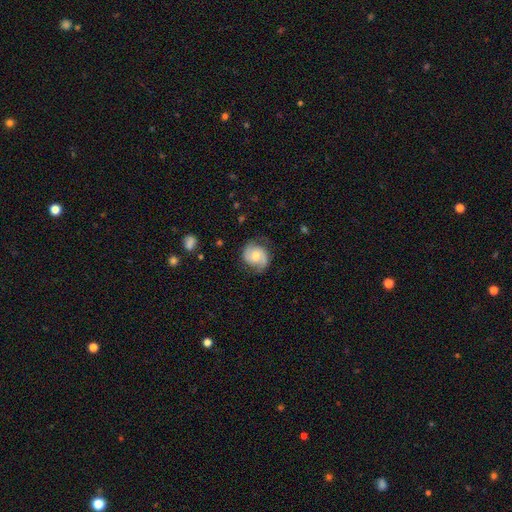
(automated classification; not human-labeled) smooth-or-featured: featured or disk: 70% | smooth: 24% | star or artifact: 6%
  disk-edge-on: no: 98% | yes: 2%
    bar: no: 59% | weak: 34% | strong: 7%
    has-spiral-arms: yes: 93% | no: 7%
      spiral-winding: medium: 47% | tight: 31% | loose: 22%
      spiral-arm-count: 2: 87% | can't tell: 6% | 1: 4% | 3: 1% | 4: 1% | more than 4: 1%
    bulge-size: moderate: 62% | small: 30% | large: 5% | none: 2% | dominant: 1%
  merging: none: 75% | minor disturbance: 18% | major disturbance: 6% | merger: 1%